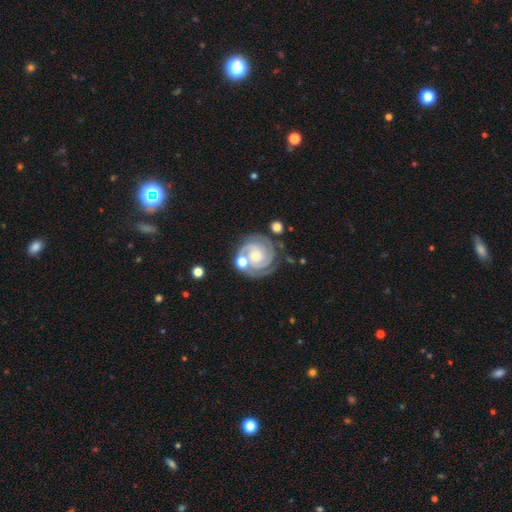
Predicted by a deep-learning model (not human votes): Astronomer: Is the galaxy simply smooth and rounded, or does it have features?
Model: featured or disk — 88%.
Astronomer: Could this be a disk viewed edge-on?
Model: no — 98%.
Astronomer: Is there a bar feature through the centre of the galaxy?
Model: no — 68%.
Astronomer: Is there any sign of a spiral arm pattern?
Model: yes — 98%.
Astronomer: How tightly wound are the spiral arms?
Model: tight — 75%.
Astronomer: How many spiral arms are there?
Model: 2 — 45% (runner-up: 3, 33%).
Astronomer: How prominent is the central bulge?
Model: small — 48% (runner-up: moderate, 45%).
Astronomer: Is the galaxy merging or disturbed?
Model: none — 67%.